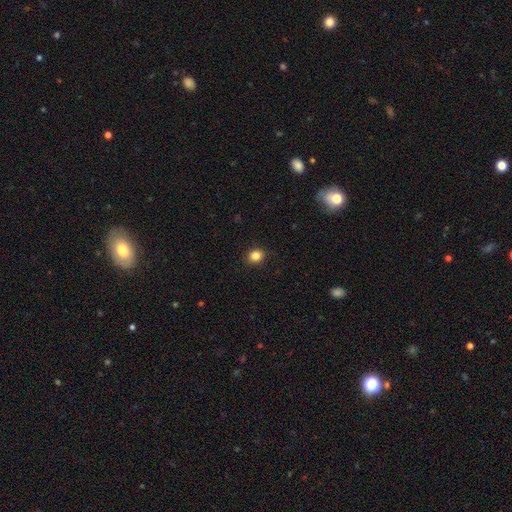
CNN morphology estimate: This is clearly a smooth galaxy (84%). How rounded: likely round (74%). Merging: clearly none (91%).